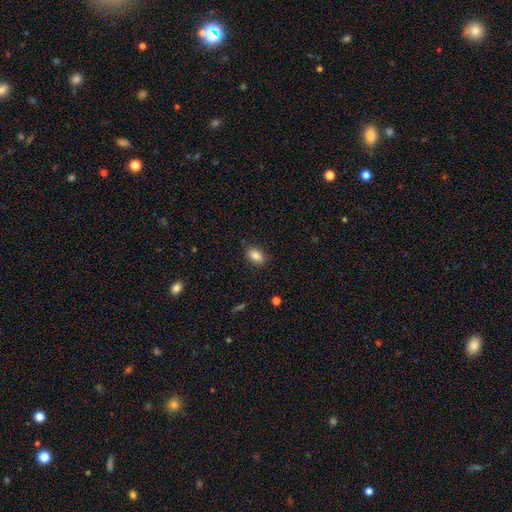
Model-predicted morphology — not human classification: smooth 86%, star or artifact 9%, featured or disk 5%. Down the decision tree: how rounded — in between (86%); merging — none (85%).